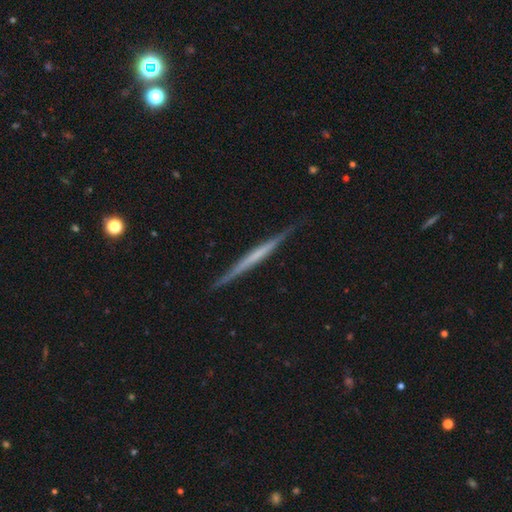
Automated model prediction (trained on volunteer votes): featured or disk 63%, smooth 32%, star or artifact 5%. Down the decision tree: edge-on disk — yes (97%); edge-on bulge — none (85%); merging — none (88%).